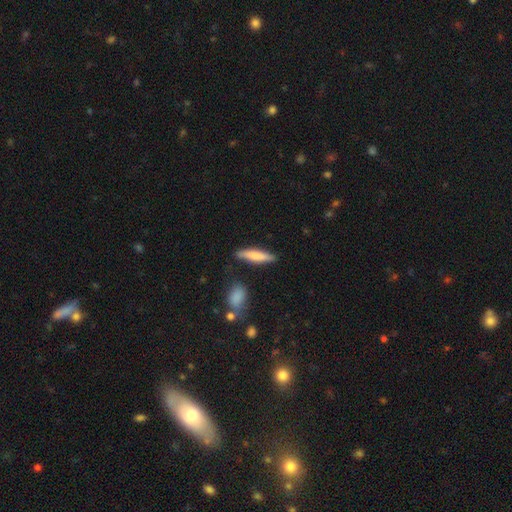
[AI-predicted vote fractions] smooth 71%, featured or disk 23%, star or artifact 6%. Down the decision tree: how rounded — cigar-shaped (82%); merging — none (79%).